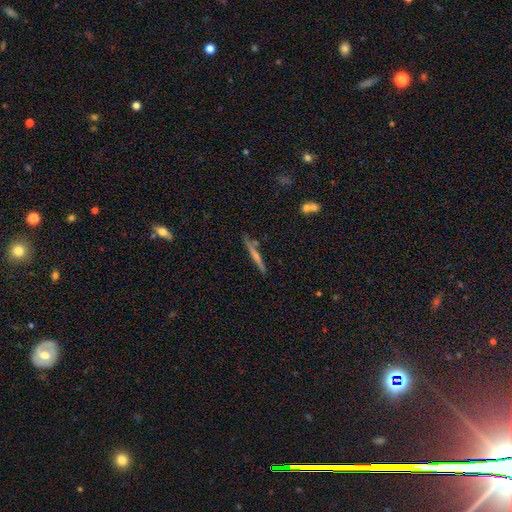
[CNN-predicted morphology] The model was most divided on "edge-on bulge": rounded: 47%, none: 45%, boxy: 8%. More confident: edge-on disk — yes (96%); merging — none (85%); smooth or featured — featured or disk (57%).